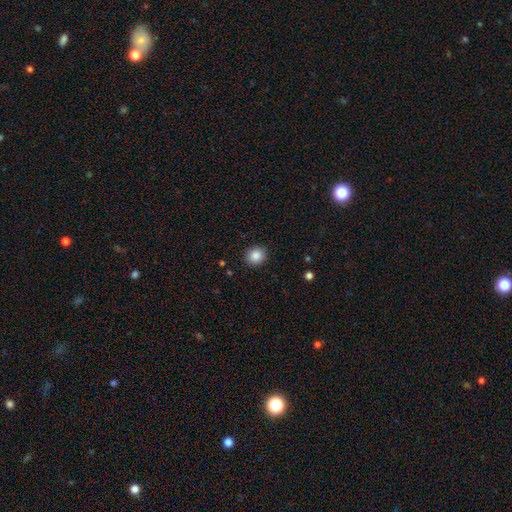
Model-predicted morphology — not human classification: Smooth or featured? Predicted: smooth (p=0.87). How rounded? Predicted: round (p=0.82). Merging? Predicted: none (p=0.90).